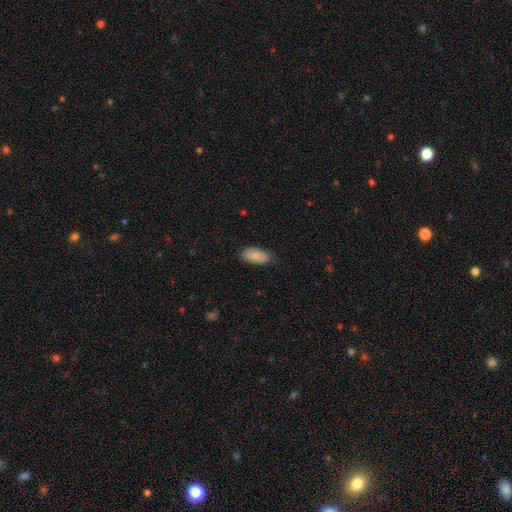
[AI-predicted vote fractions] Q: Smooth or featured?
A: smooth (86%); runner-up: featured or disk (8%)
Q: How rounded?
A: in between (92%); runner-up: cigar-shaped (5%)
Q: Merging?
A: none (78%); runner-up: minor disturbance (18%)